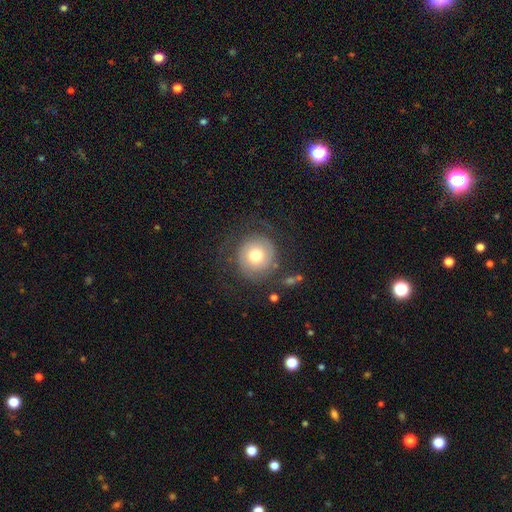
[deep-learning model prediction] Smooth or featured?
  - featured or disk: 53% *
  - smooth: 38%
  - star or artifact: 8%
Edge-on disk?
  - no: 97% *
  - yes: 3%
Bar?
  - no: 82% *
  - weak: 15%
  - strong: 3%
Spiral arms?
  - yes: 82% *
  - no: 18%
Bulge size?
  - moderate: 68% *
  - large: 15%
  - small: 13%
  - dominant: 2%
  - none: 1%
Merging?
  - none: 71% *
  - minor disturbance: 14%
  - major disturbance: 13%
  - merger: 2%